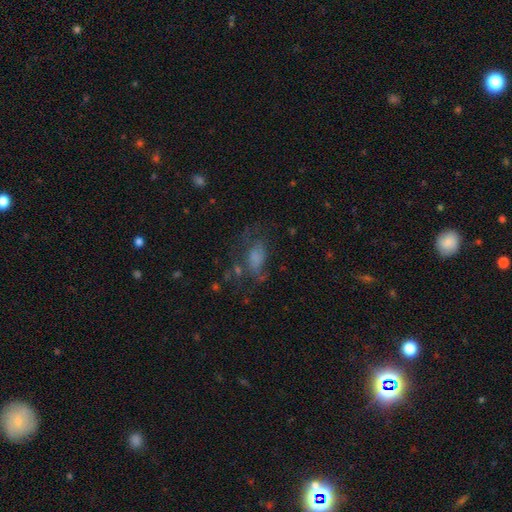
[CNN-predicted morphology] The model was most divided on "merging": none: 41%, major disturbance: 34%, minor disturbance: 21%, merger: 4%. Remaining: smooth or featured — smooth (45%).